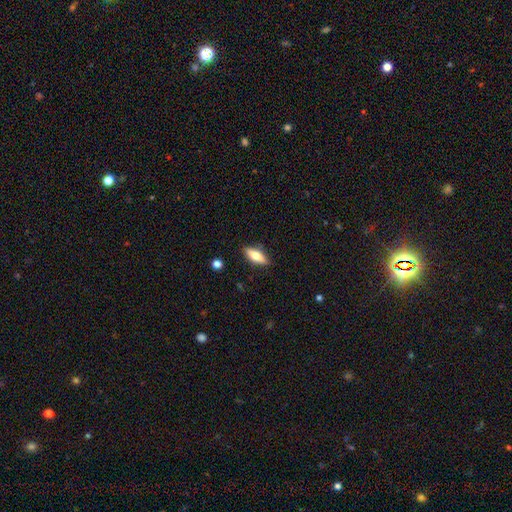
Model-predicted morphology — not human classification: This is likely a smooth galaxy (63%). How rounded: likely in between (64%). Merging: clearly none (85%).